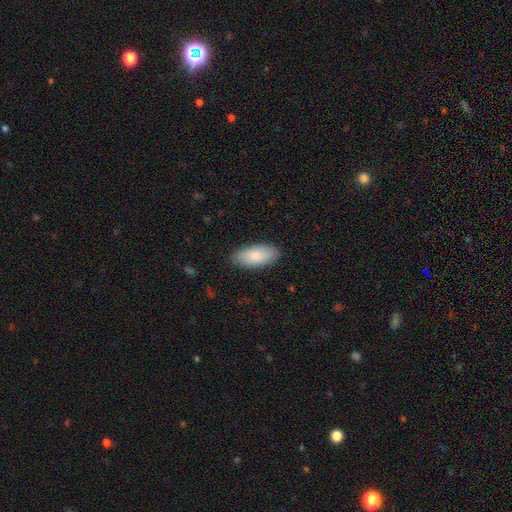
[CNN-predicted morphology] A smooth galaxy with no disk features (86%) that is in between round and cigar-shaped (89%).

Vote fractions:
- Smooth or featured? smooth: 86% / featured or disk: 9% / star or artifact: 5%
- How rounded? in between: 89% / cigar-shaped: 10% / round: 2%
- Merging? none: 88% / minor disturbance: 9% / major disturbance: 2% / merger: 1%